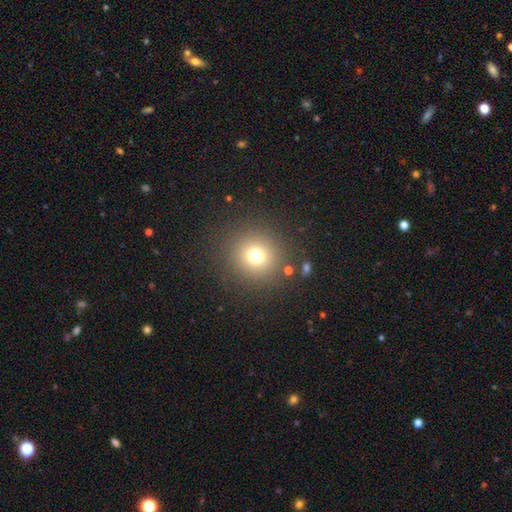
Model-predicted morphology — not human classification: Smooth or featured?
  - smooth: 73% *
  - star or artifact: 17%
  - featured or disk: 10%
How rounded?
  - round: 94% *
  - in between: 6%
  - cigar-shaped: 1%
Merging?
  - none: 87% *
  - minor disturbance: 7%
  - major disturbance: 4%
  - merger: 2%